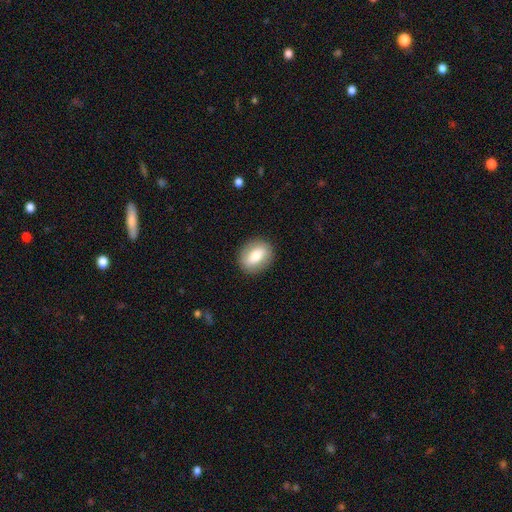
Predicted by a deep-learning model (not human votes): A smooth galaxy with no disk features (75%) that is in between round and cigar-shaped (64%).

Vote fractions:
- Smooth or featured? smooth: 75% / featured or disk: 18% / star or artifact: 7%
- How rounded? in between: 64% / round: 35% / cigar-shaped: 2%
- Merging? none: 88% / minor disturbance: 8% / major disturbance: 3% / merger: 1%